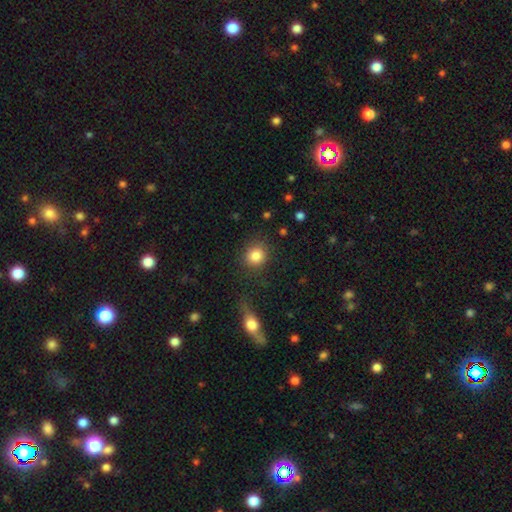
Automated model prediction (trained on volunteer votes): Smooth or featured: smooth — 85% (star or artifact — 9%)
How rounded: round — 86% (in between — 13%)
Merging: none — 82% (minor disturbance — 10%)